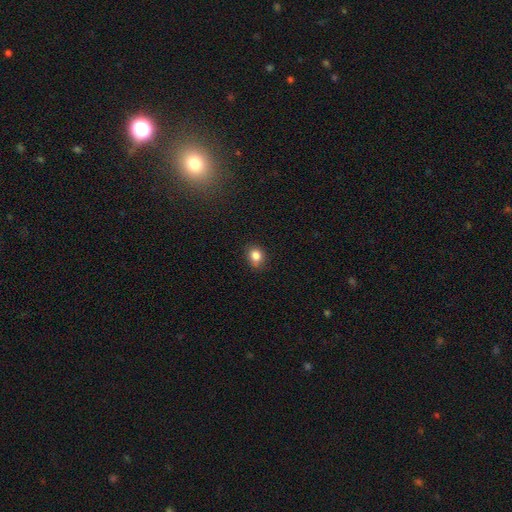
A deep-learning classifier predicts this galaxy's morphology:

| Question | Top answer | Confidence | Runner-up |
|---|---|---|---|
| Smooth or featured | smooth | 84% | star or artifact (11%) |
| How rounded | round | 60% | in between (39%) |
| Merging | none | 79% | minor disturbance (16%) |